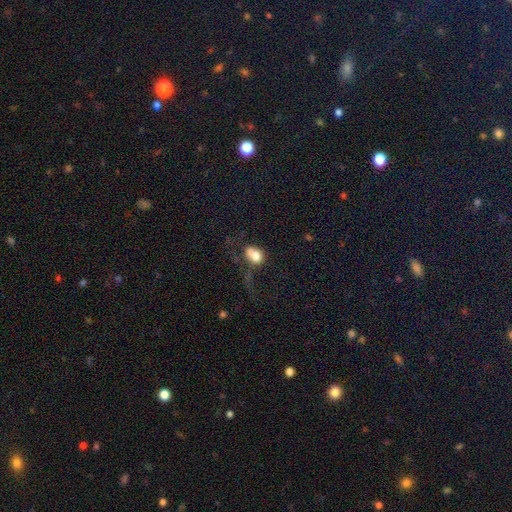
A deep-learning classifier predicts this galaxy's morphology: A smooth galaxy with no disk features (69%) that is in between round and cigar-shaped (56%).

Vote fractions:
- Smooth or featured? smooth: 69% / featured or disk: 20% / star or artifact: 11%
- How rounded? in between: 56% / round: 43% / cigar-shaped: 2%
- Merging? merger: 38% / major disturbance: 26% / none: 22% / minor disturbance: 14%